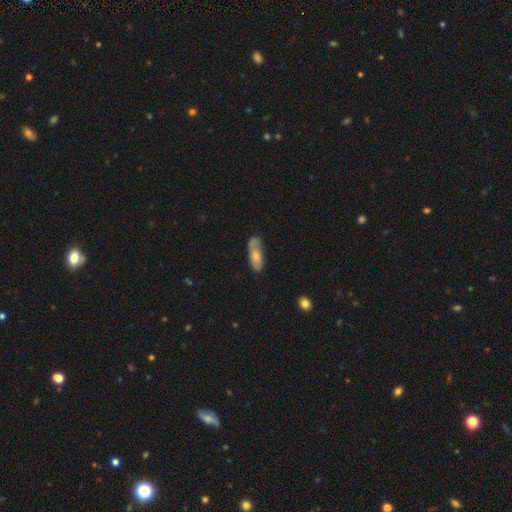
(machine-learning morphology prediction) smooth_or_featured: smooth (p=0.63) [alt: featured or disk p=0.31]
how_rounded: in between (p=0.75) [alt: cigar-shaped p=0.23]
merging: none (p=0.51) [alt: minor disturbance p=0.29]